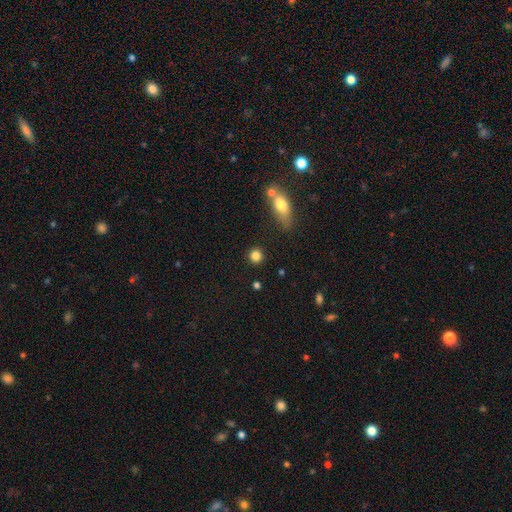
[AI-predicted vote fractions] Smooth or featured? Predicted: smooth (p=0.84). How rounded? Predicted: round (p=0.90). Merging? Predicted: none (p=0.87).